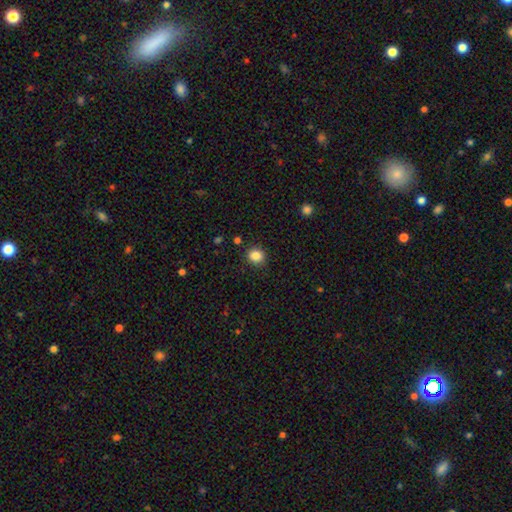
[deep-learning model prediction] This is clearly a smooth galaxy (85%). How rounded: clearly round (86%). Merging: clearly none (89%).